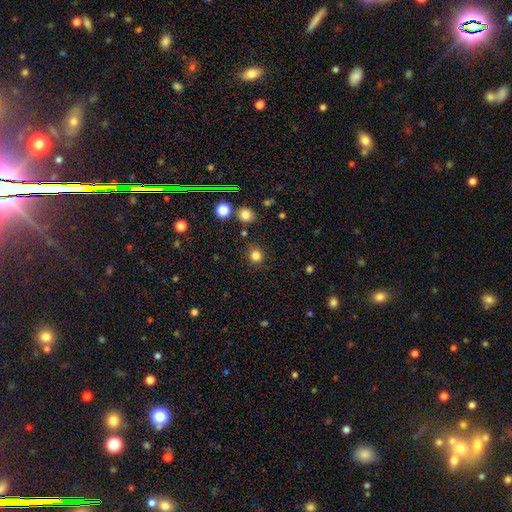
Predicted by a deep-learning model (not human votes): A smooth galaxy with no disk features (82%) that is round (89%). Merging: none (87%).